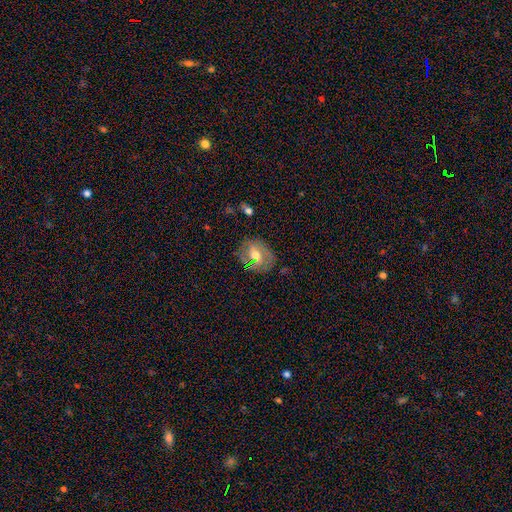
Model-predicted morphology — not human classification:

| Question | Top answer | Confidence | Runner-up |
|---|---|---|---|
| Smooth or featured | smooth | 48% | featured or disk (37%) |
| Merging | none | 73% | minor disturbance (17%) |